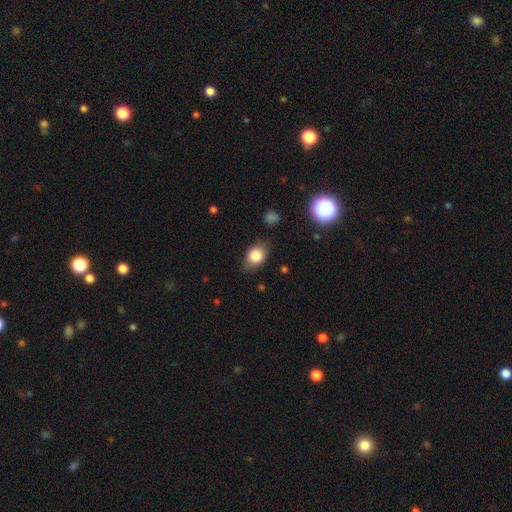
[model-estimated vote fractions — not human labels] Smooth or featured? Predicted: smooth (p=0.82). How rounded? Predicted: in between (p=0.70). Merging? Predicted: none (p=0.78).